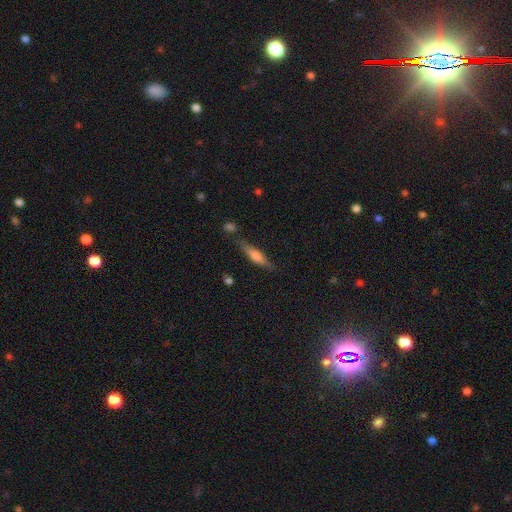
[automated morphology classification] The model was most divided on "smooth or featured": smooth: 54%, featured or disk: 38%, star or artifact: 8%. More confident: how rounded — cigar-shaped (76%); merging — none (73%).